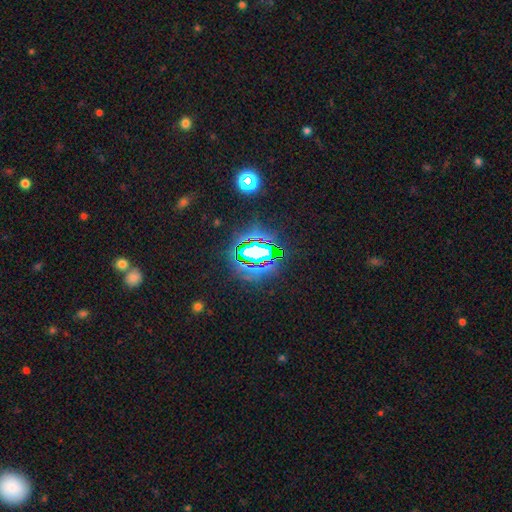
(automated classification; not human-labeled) The model was most divided on "smooth or featured": star or artifact: 72%, smooth: 15%, featured or disk: 13%.